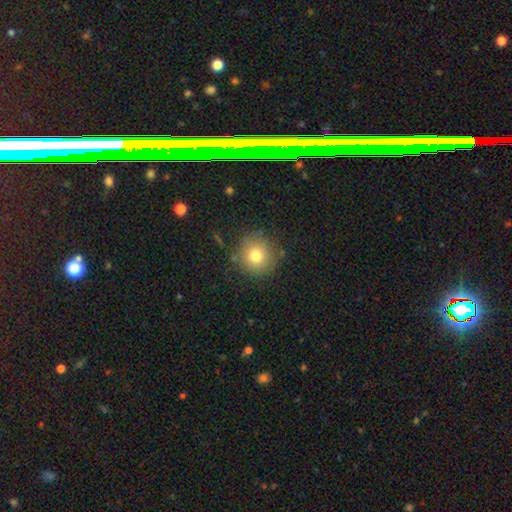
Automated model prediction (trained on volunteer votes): Smooth or featured?
  - smooth: 77% *
  - star or artifact: 12%
  - featured or disk: 11%
How rounded?
  - round: 94% *
  - in between: 5%
  - cigar-shaped: 1%
Merging?
  - none: 84% *
  - minor disturbance: 10%
  - major disturbance: 4%
  - merger: 2%